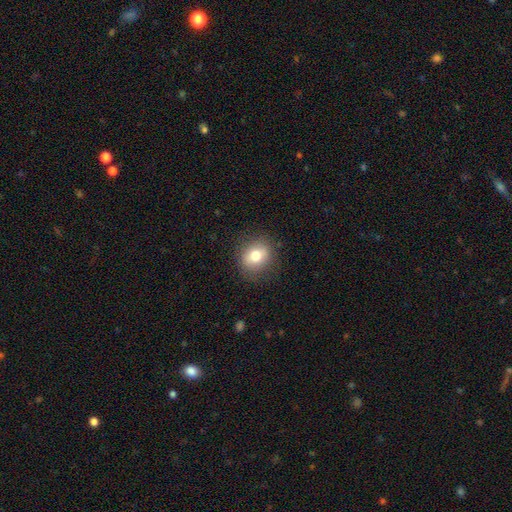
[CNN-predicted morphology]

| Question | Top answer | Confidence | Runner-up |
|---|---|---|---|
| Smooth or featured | smooth | 74% | featured or disk (17%) |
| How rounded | round | 63% | in between (36%) |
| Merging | none | 84% | minor disturbance (11%) |